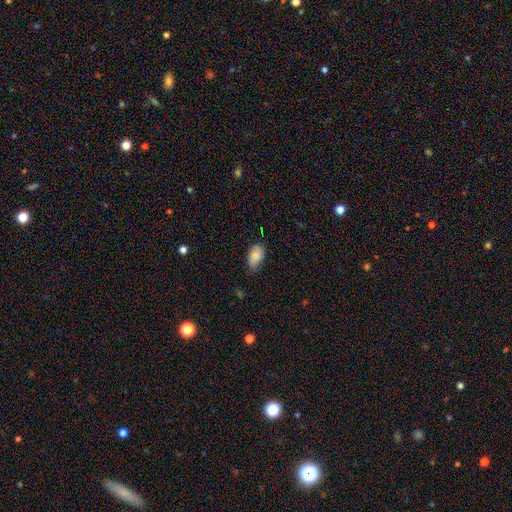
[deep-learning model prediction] A smooth galaxy with no disk features (83%) that is in between round and cigar-shaped (91%).

Vote fractions:
- Smooth or featured? smooth: 83% / featured or disk: 10% / star or artifact: 7%
- How rounded? in between: 91% / round: 7% / cigar-shaped: 2%
- Merging? none: 64% / minor disturbance: 30% / major disturbance: 5% / merger: 1%